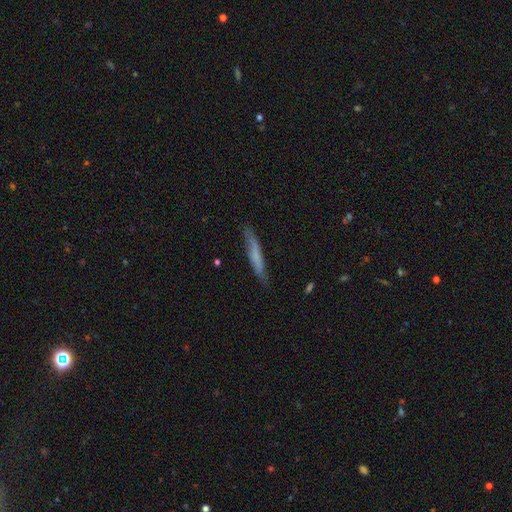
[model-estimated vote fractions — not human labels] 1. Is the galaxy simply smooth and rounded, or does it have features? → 57% smooth, 37% featured or disk, 6% star or artifact.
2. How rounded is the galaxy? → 94% cigar-shaped, 4% in between, 1% round.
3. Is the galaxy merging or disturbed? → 79% none, 16% minor disturbance, 3% major disturbance, 2% merger.